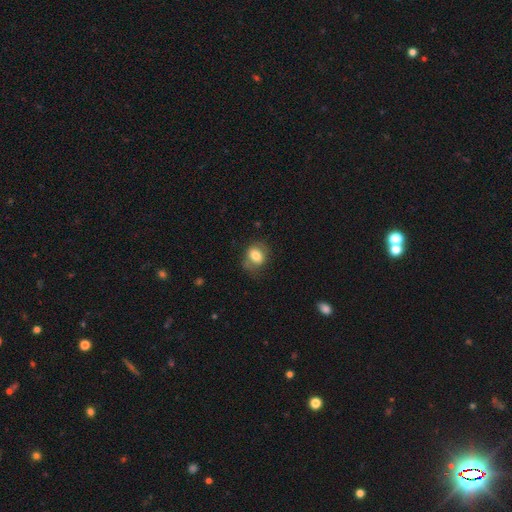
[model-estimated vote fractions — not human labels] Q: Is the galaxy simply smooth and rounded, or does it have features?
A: smooth — 74%.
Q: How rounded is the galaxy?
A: in between — 53%.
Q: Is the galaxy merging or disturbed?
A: none — 65%.